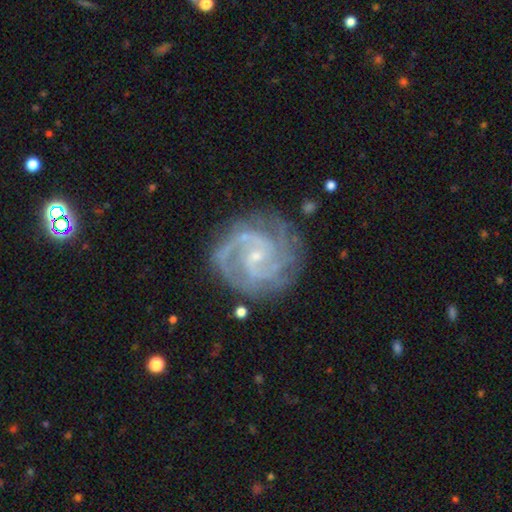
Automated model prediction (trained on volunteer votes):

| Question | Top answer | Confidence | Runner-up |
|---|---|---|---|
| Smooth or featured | featured or disk | 91% | star or artifact (5%) |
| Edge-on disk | no | 98% | yes (2%) |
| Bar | no | 53% | weak (38%) |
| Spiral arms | yes | 98% | no (2%) |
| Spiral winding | tight | 55% | medium (39%) |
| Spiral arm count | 2 | 36% | 3 (30%) |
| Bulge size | small | 80% | moderate (15%) |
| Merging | none | 78% | minor disturbance (15%) |